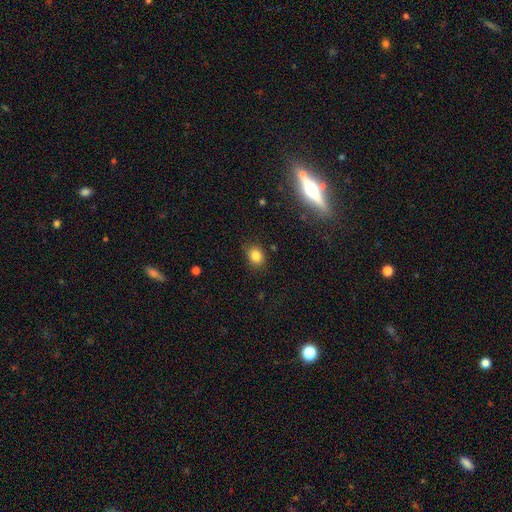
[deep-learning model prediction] smooth_or_featured: smooth (p=0.83) [alt: star or artifact p=0.11]
how_rounded: in between (p=0.52) [alt: round p=0.47]
merging: none (p=0.84) [alt: minor disturbance p=0.12]